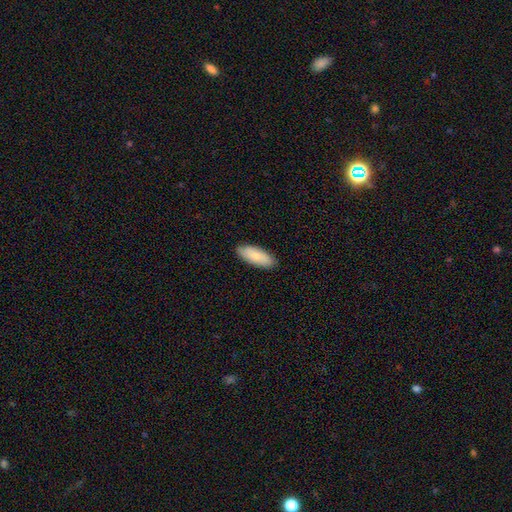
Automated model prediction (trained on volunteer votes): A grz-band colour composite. It shows a smooth galaxy with no disk features (83%) that is in between round and cigar-shaped (77%). Merging: none (89%).